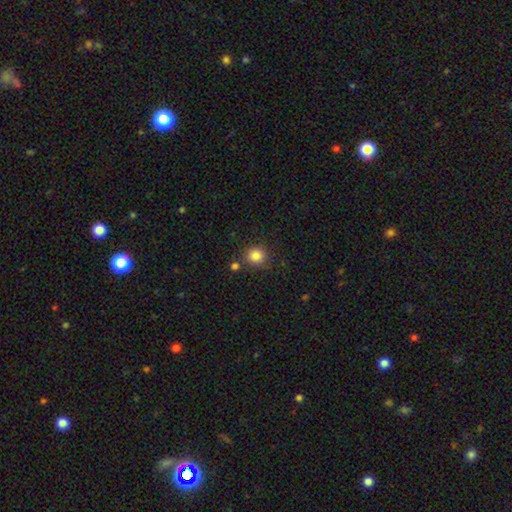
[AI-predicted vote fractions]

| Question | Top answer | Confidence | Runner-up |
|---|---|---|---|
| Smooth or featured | smooth | 85% | star or artifact (11%) |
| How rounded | round | 88% | in between (11%) |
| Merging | none | 80% | minor disturbance (10%) |